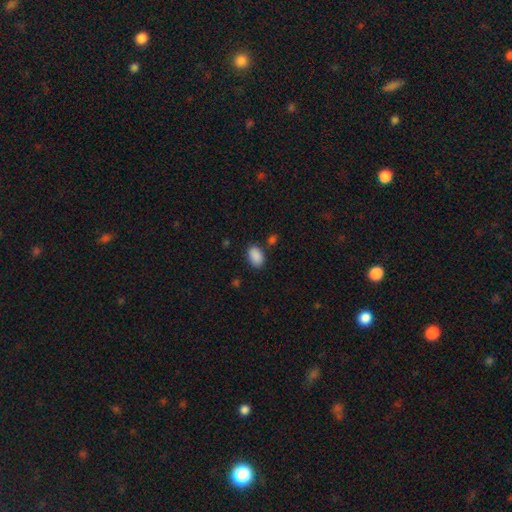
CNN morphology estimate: Smooth or featured? smooth (89%)
How rounded? in between (89%)
Merging? none (81%)